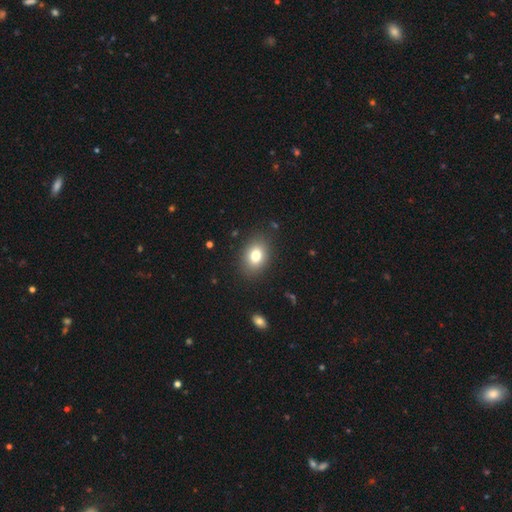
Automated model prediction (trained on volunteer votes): smooth-or-featured: smooth: 79% | featured or disk: 11% | star or artifact: 10%
  how-rounded: in between: 69% | round: 30% | cigar-shaped: 1%
  merging: none: 86% | minor disturbance: 10% | major disturbance: 3% | merger: 1%